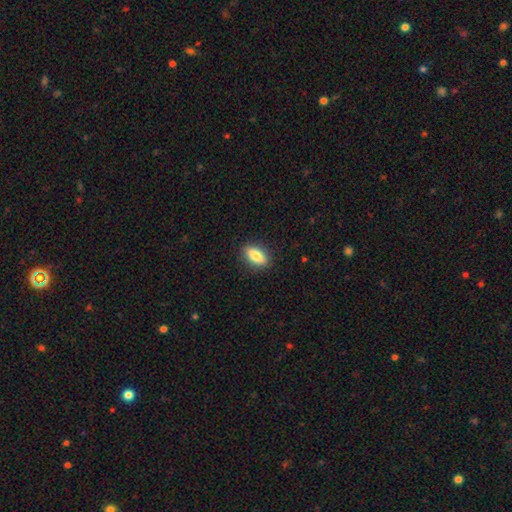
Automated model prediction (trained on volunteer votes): This appears to be a smooth galaxy with no disk features (77%) that is in between round and cigar-shaped (76%). Merging: none (88%).